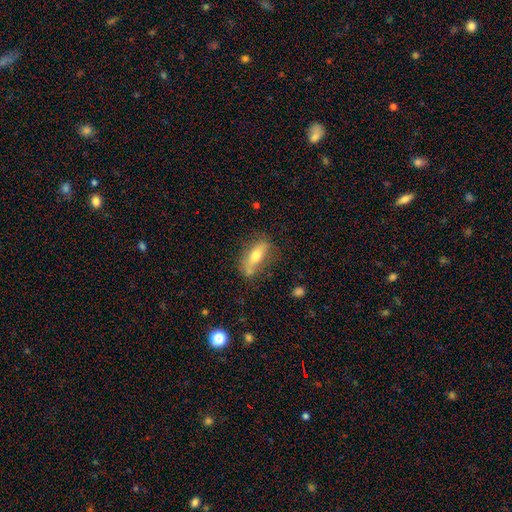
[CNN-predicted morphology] Q: Smooth or featured?
A: smooth (54%); runner-up: featured or disk (38%)
Q: How rounded?
A: in between (57%); runner-up: cigar-shaped (39%)
Q: Merging?
A: none (64%); runner-up: minor disturbance (21%)